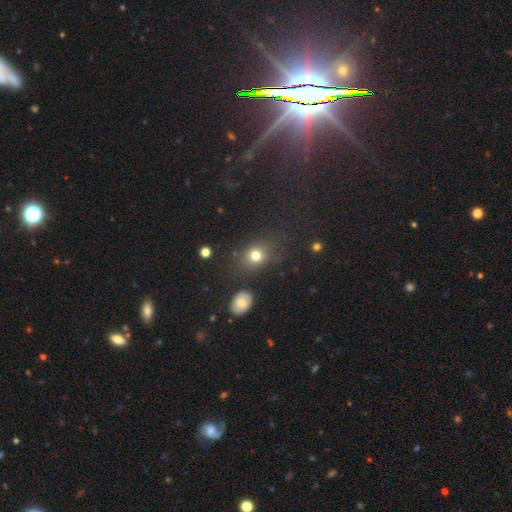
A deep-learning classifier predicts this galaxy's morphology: smooth_or_featured: smooth (p=0.76) [alt: star or artifact p=0.15]
how_rounded: round (p=0.56) [alt: in between p=0.43]
merging: none (p=0.76) [alt: minor disturbance p=0.13]